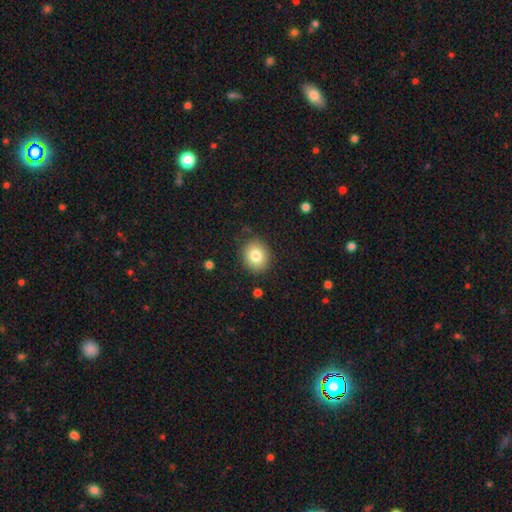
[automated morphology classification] Overall: smooth (80%). How rounded: round (69%; in between 30%). Merging: none (86%).